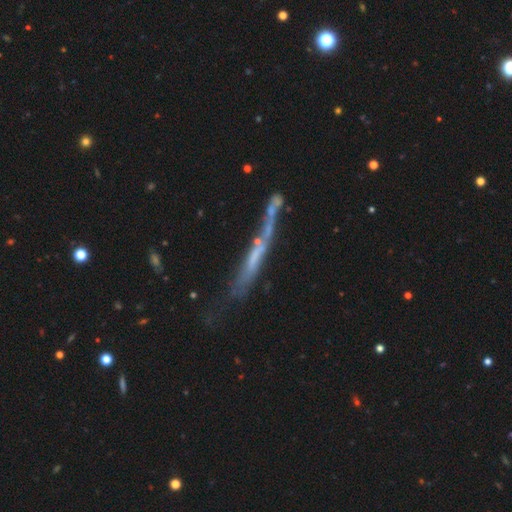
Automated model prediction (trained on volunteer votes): Morphology: type=featured or disk (60%); edge-on=yes (81%); merging=none (53%).